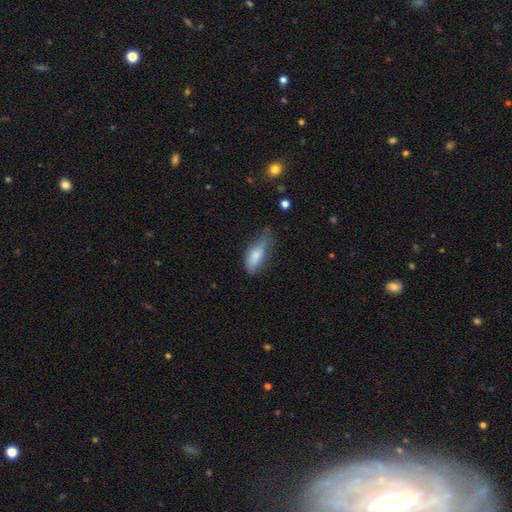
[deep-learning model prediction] A smooth galaxy with no disk features (78%) that is in between round and cigar-shaped (70%).

Vote fractions:
- Smooth or featured? smooth: 78% / featured or disk: 15% / star or artifact: 7%
- How rounded? in between: 70% / cigar-shaped: 27% / round: 3%
- Merging? minor disturbance: 44% / none: 32% / major disturbance: 21% / merger: 3%